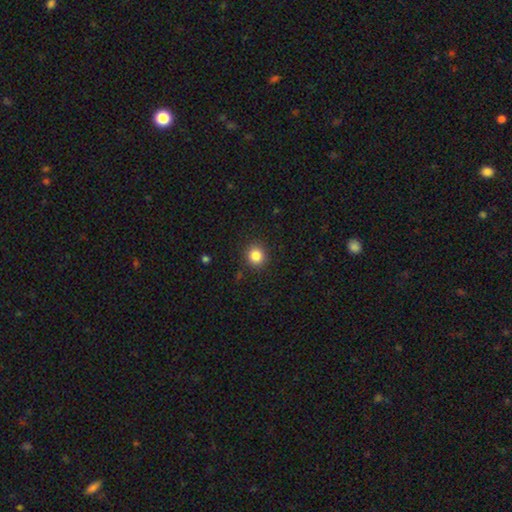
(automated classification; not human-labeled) smooth-or-featured: smooth: 85% | star or artifact: 11% | featured or disk: 5%
  how-rounded: round: 89% | in between: 11% | cigar-shaped: 1%
  merging: none: 90% | minor disturbance: 6% | major disturbance: 2% | merger: 1%